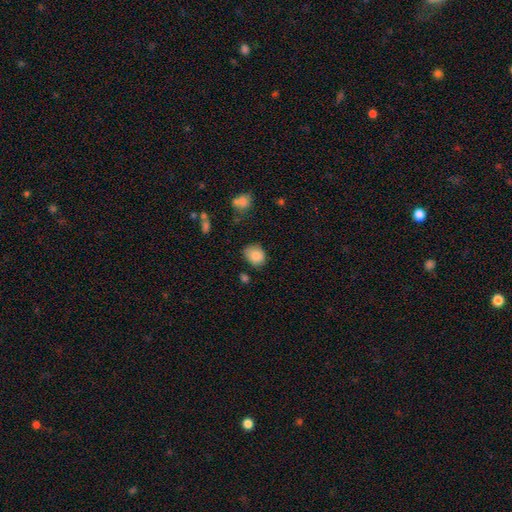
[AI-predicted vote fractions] A smooth galaxy with no disk features (86%) that is in between round and cigar-shaped (51%).

Vote fractions:
- Smooth or featured? smooth: 86% / star or artifact: 8% / featured or disk: 6%
- How rounded? in between: 51% / round: 48% / cigar-shaped: 1%
- Merging? none: 67% / minor disturbance: 25% / major disturbance: 5% / merger: 3%